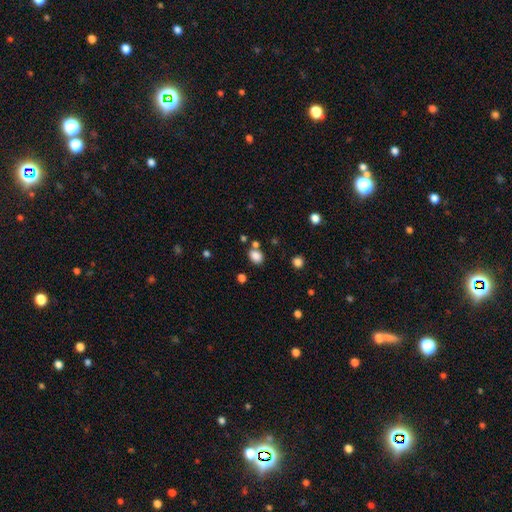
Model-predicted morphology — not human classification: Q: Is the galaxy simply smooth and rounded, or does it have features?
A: smooth — 83%.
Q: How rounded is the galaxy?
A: in between — 52%.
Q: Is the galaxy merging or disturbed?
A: none — 70%.